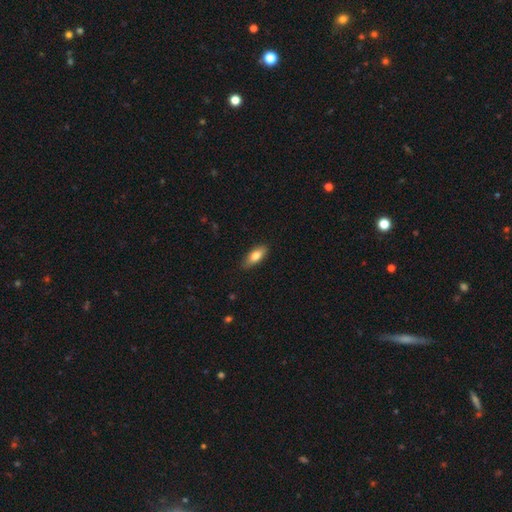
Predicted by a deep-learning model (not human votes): A smooth galaxy with no disk features (76%) that is in between round and cigar-shaped (73%).

Vote fractions:
- Smooth or featured? smooth: 76% / featured or disk: 18% / star or artifact: 6%
- How rounded? in between: 73% / cigar-shaped: 25% / round: 3%
- Merging? none: 85% / minor disturbance: 12% / major disturbance: 2% / merger: 1%